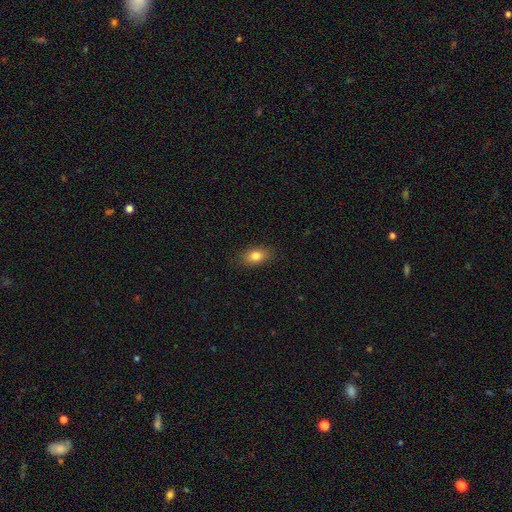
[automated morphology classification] smooth_or_featured: smooth (p=0.81) [alt: featured or disk p=0.10]
how_rounded: in between (p=0.84) [alt: round p=0.13]
merging: none (p=0.87) [alt: minor disturbance p=0.10]